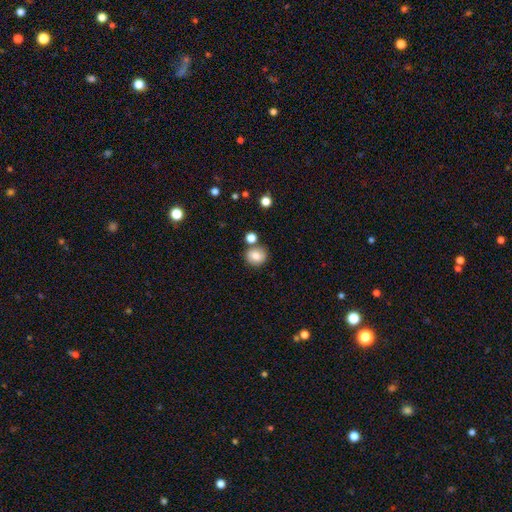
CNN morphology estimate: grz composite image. It shows a smooth galaxy with no disk features (80%) that is round (79%). Merging: none (74%).